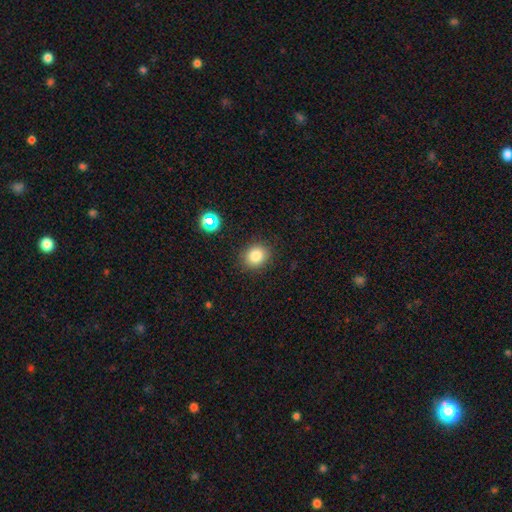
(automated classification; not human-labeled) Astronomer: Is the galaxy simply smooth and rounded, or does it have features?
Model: smooth — 83%.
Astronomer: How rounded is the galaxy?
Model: round — 72%.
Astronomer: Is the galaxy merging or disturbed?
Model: none — 87%.